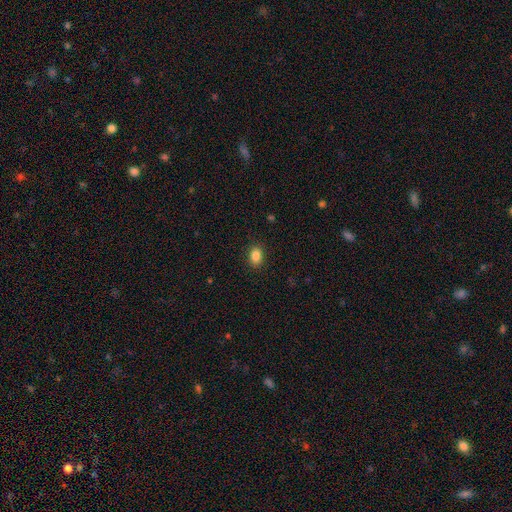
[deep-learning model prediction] Smooth or featured?
  - smooth: 86% *
  - star or artifact: 10%
  - featured or disk: 4%
How rounded?
  - in between: 75% *
  - round: 24%
  - cigar-shaped: 1%
Merging?
  - none: 89% *
  - minor disturbance: 8%
  - major disturbance: 2%
  - merger: 1%